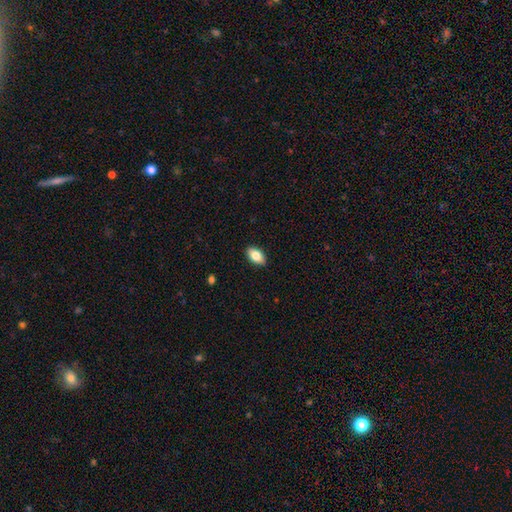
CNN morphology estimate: smooth_or_featured: smooth (p=0.81) [alt: featured or disk p=0.12]
how_rounded: in between (p=0.91) [alt: round p=0.05]
merging: none (p=0.89) [alt: minor disturbance p=0.08]